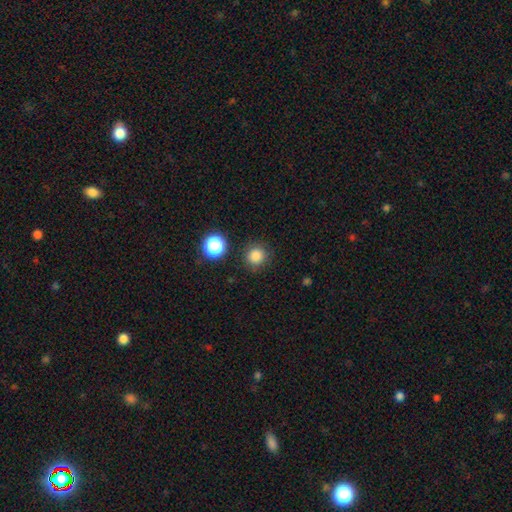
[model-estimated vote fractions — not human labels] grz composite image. It shows a smooth galaxy with no disk features (83%) that is round (93%). Merging: none (87%).